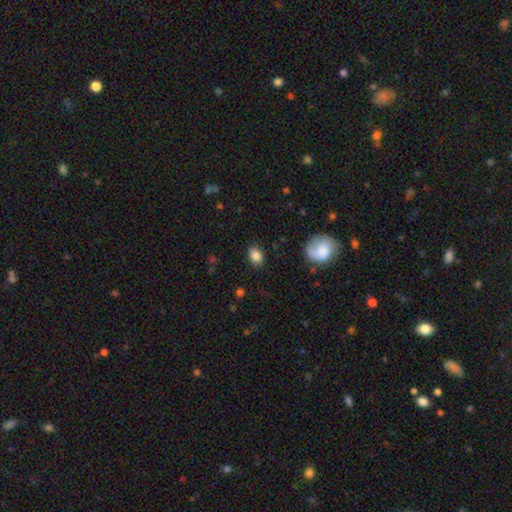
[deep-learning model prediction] The model was most divided on "how rounded": in between: 76%, round: 23%, cigar-shaped: 1%. More confident: smooth or featured — smooth (84%); merging — none (83%).